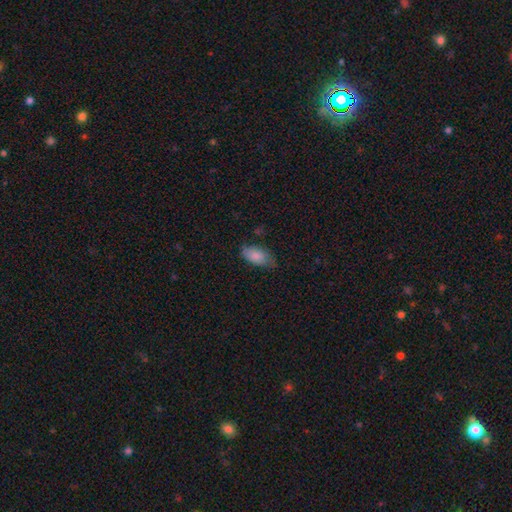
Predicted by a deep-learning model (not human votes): This appears to be a smooth galaxy with no disk features (86%) that is in between round and cigar-shaped (92%). Merging: none (66%).